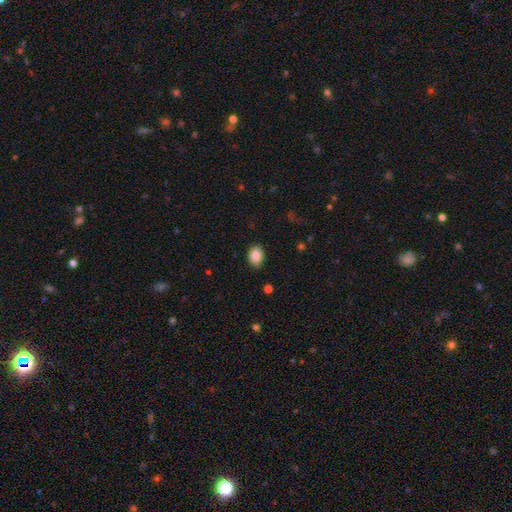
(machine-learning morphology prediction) Smooth or featured? Predicted: smooth (p=0.87). How rounded? Predicted: in between (p=0.72). Merging? Predicted: none (p=0.86).